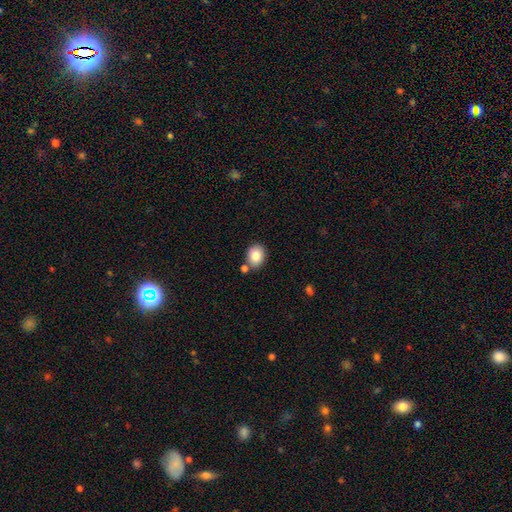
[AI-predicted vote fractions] Smooth or featured? smooth (84%)
How rounded? in between (52%)
Merging? none (73%)